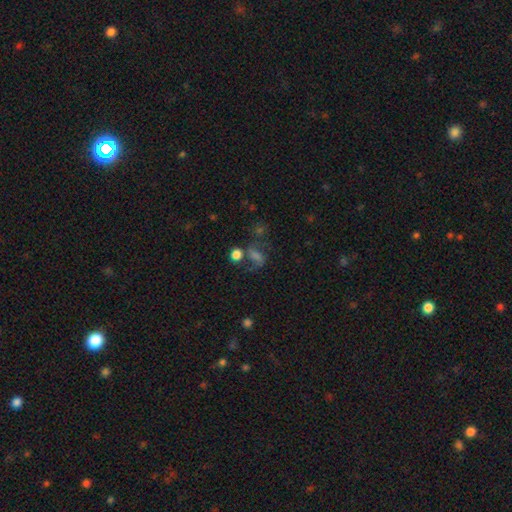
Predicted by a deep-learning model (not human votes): Smooth or featured?
  - smooth: 38% *
  - featured or disk: 37%
  - star or artifact: 25%
Merging?
  - none: 40% *
  - merger: 21%
  - major disturbance: 21%
  - minor disturbance: 17%